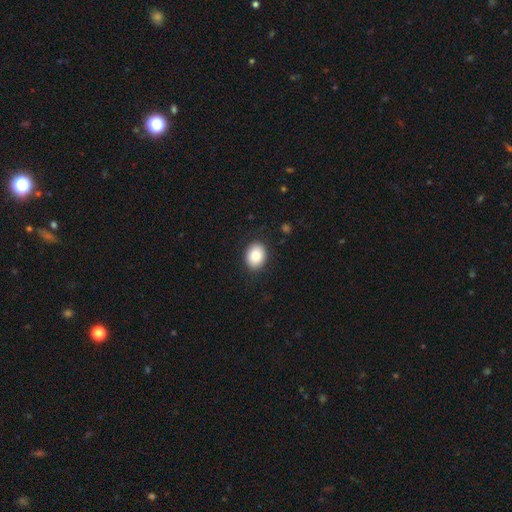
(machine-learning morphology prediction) A smooth galaxy with no disk features (86%) that is in between round and cigar-shaped (61%). Merging: none (87%).